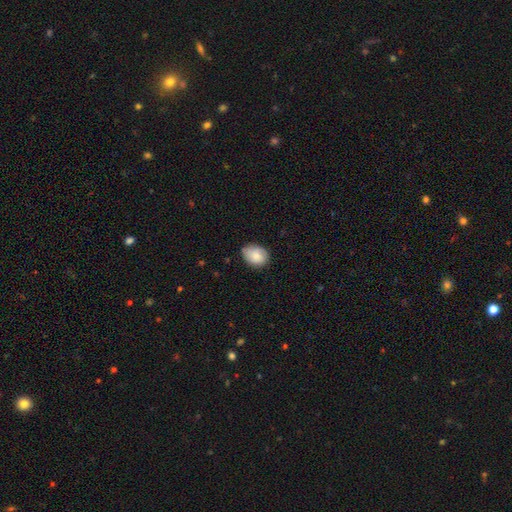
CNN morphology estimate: A smooth galaxy with no disk features (83%) that is in between round and cigar-shaped (59%). Merging: none (71%).